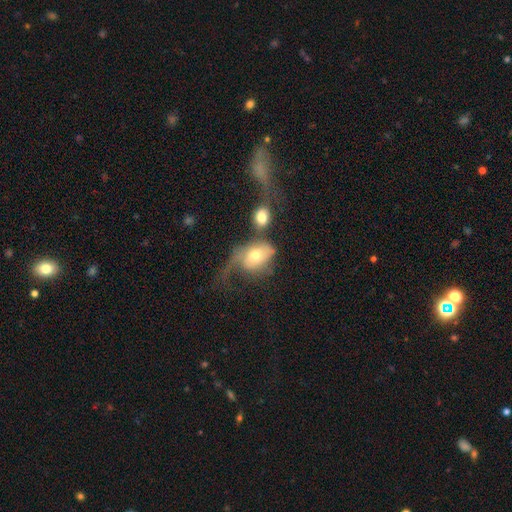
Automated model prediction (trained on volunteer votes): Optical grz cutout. It shows a smooth galaxy with no disk features (54%) that is in between round and cigar-shaped (58%). Merging: major disturbance (37%).